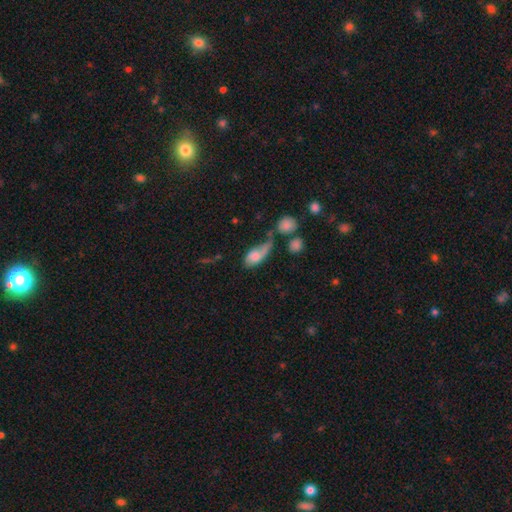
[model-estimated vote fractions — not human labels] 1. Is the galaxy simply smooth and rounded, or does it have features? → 64% smooth, 27% featured or disk, 9% star or artifact.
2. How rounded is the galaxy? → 84% in between, 9% cigar-shaped, 7% round.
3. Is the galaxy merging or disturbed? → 33% major disturbance, 23% none, 23% minor disturbance, 21% merger.